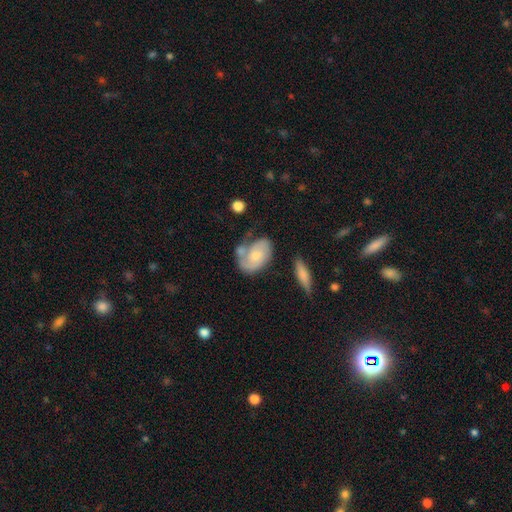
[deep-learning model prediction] featured or disk 63%, smooth 31%, star or artifact 6%. Down the decision tree: edge-on disk — no (96%); bar — no (70%); spiral arms — yes (88%); spiral arm count — 2 (50%); spiral winding — tight (42%); bulge size — small (46%); merging — none (42%).